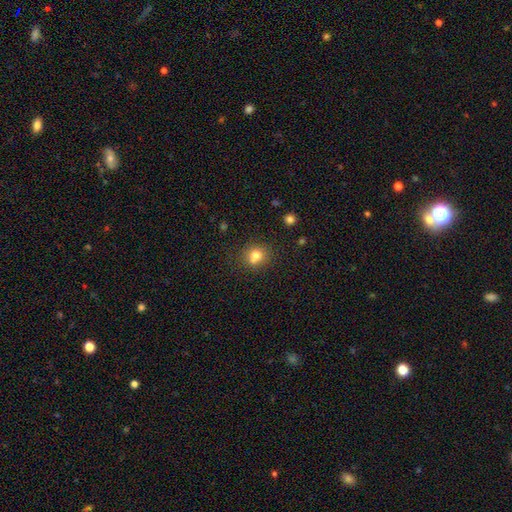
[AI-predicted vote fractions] This appears to be a smooth galaxy with no disk features (76%) that is round (78%). Merging: none (61%).